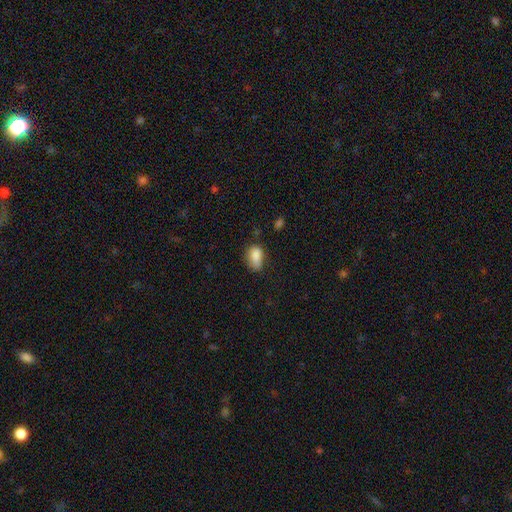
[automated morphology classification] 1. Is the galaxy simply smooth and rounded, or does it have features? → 84% smooth, 9% star or artifact, 7% featured or disk.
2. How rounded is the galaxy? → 82% in between, 16% round, 2% cigar-shaped.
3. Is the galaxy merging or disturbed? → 53% none, 32% minor disturbance, 10% major disturbance, 4% merger.